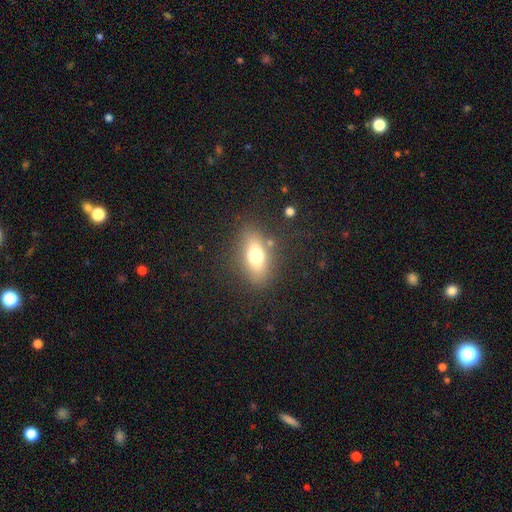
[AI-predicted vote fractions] This is likely a smooth galaxy (68%). How rounded: likely in between (78%). Merging: likely none (80%).